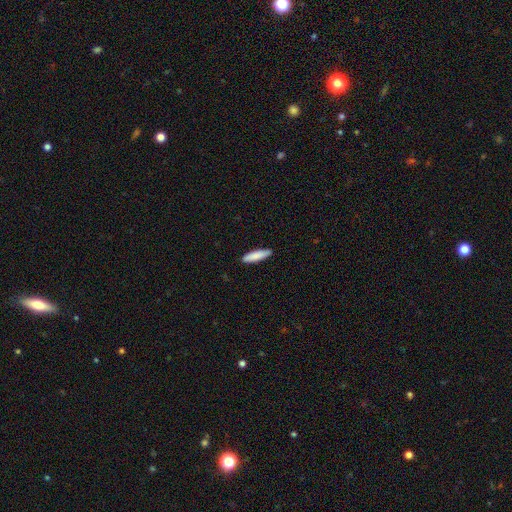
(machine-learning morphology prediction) Q: Smooth or featured?
A: smooth (86%); runner-up: featured or disk (9%)
Q: How rounded?
A: cigar-shaped (75%); runner-up: in between (24%)
Q: Merging?
A: none (89%); runner-up: minor disturbance (8%)